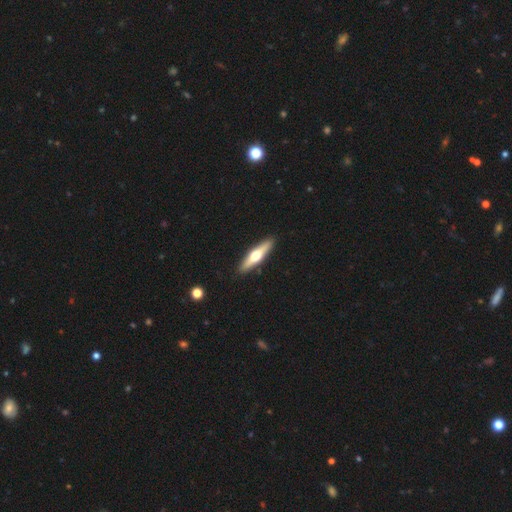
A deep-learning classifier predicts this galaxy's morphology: Smooth or featured?
  - featured or disk: 56% *
  - smooth: 39%
  - star or artifact: 5%
Edge-on disk?
  - yes: 94% *
  - no: 6%
Edge-on bulge?
  - rounded: 95% *
  - none: 3%
  - boxy: 3%
Merging?
  - none: 91% *
  - minor disturbance: 7%
  - major disturbance: 1%
  - merger: 1%